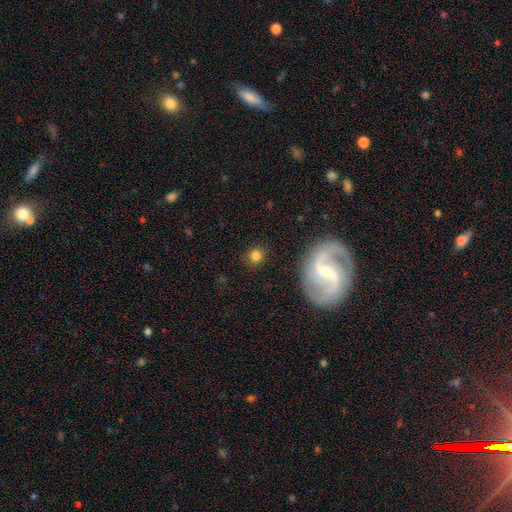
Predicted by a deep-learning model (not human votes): This is likely a smooth galaxy (77%). How rounded: clearly round (83%). Merging: clearly none (85%).